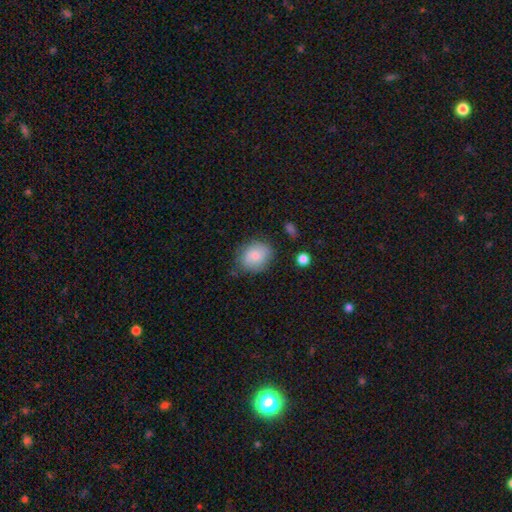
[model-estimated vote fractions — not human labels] smooth-or-featured: smooth: 80% | featured or disk: 13% | star or artifact: 8%
  how-rounded: round: 56% | in between: 43% | cigar-shaped: 1%
  merging: none: 71% | minor disturbance: 21% | major disturbance: 6% | merger: 3%